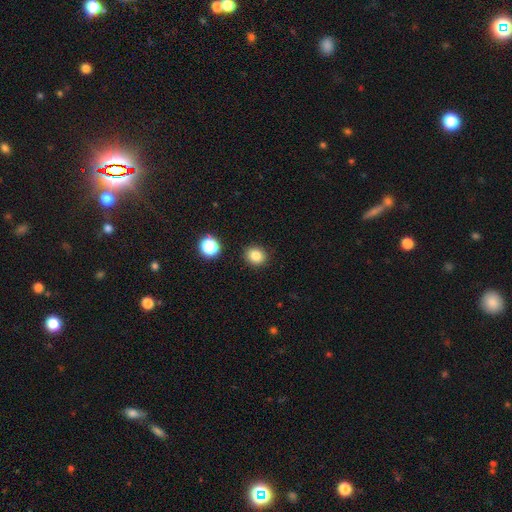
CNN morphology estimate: Smooth or featured: smooth — 82% (star or artifact — 13%)
How rounded: round — 79% (in between — 20%)
Merging: none — 89% (minor disturbance — 7%)